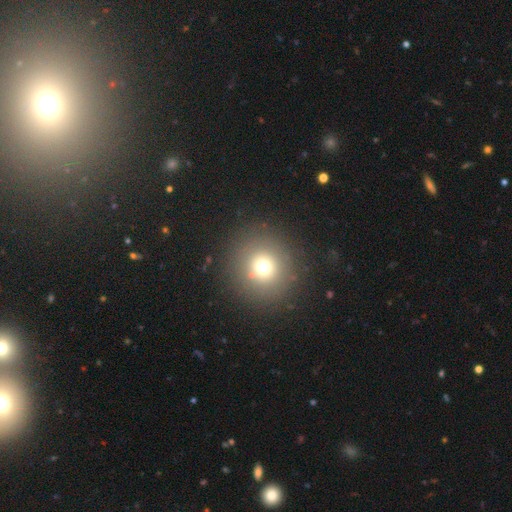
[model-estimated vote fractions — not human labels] Overall: smooth (62%; star or artifact 25%). How rounded: round (93%). Merging: none (91%).